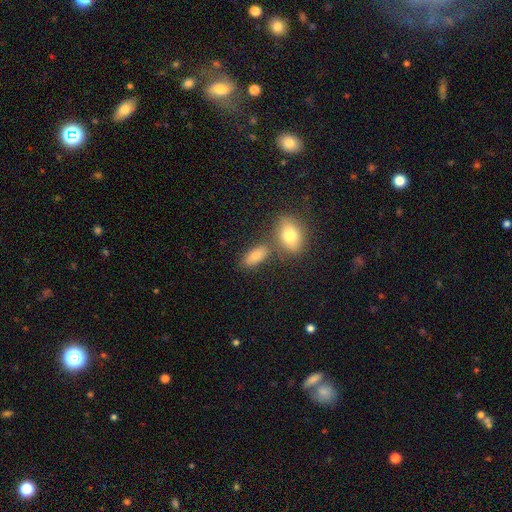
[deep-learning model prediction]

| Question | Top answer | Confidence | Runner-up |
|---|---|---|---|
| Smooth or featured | smooth | 81% | featured or disk (11%) |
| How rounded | in between | 84% | cigar-shaped (10%) |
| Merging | none | 65% | merger (19%) |